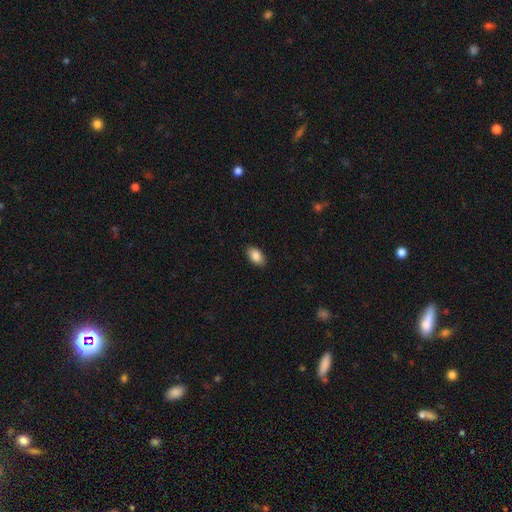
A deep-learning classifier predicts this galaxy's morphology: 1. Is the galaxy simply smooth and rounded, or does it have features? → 87% smooth, 7% star or artifact, 6% featured or disk.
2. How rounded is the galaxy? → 93% in between, 5% round, 2% cigar-shaped.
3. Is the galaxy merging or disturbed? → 89% none, 9% minor disturbance, 2% major disturbance, 1% merger.